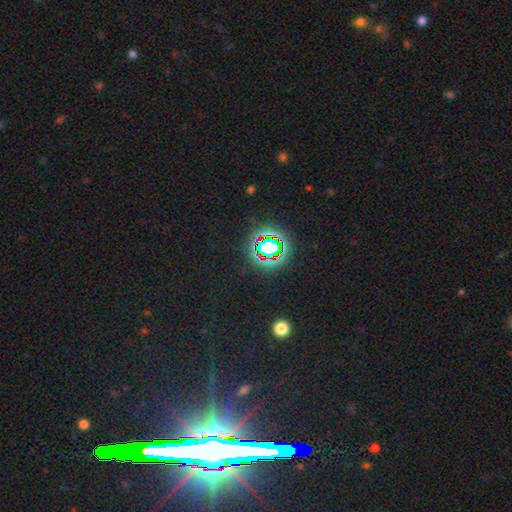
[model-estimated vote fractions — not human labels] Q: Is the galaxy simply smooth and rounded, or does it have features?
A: star or artifact — 78%.